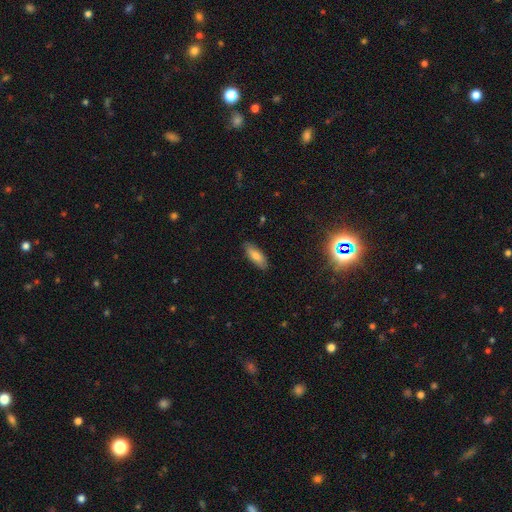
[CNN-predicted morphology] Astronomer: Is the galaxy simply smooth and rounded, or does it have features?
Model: smooth — 76%.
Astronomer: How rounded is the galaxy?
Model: in between — 68%.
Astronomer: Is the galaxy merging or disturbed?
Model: none — 85%.